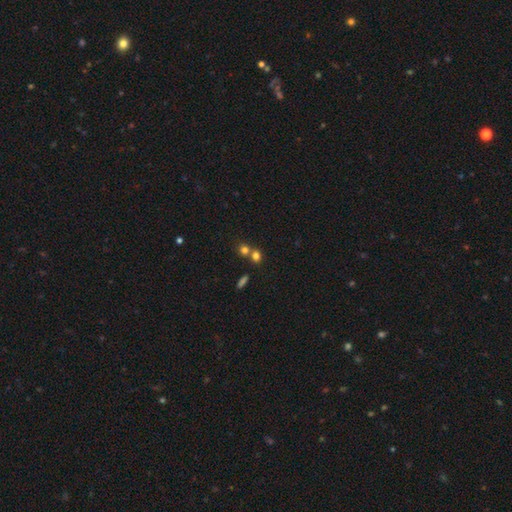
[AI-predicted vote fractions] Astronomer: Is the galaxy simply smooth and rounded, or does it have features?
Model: smooth — 76%.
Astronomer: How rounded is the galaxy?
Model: round — 72%.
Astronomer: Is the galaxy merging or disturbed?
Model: none — 50% (runner-up: merger, 41%).